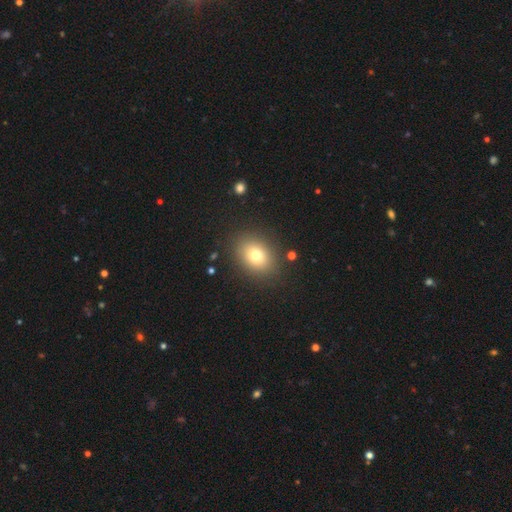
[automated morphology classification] This appears to be a smooth galaxy with no disk features (75%) that is in between round and cigar-shaped (62%). Merging: none (87%).